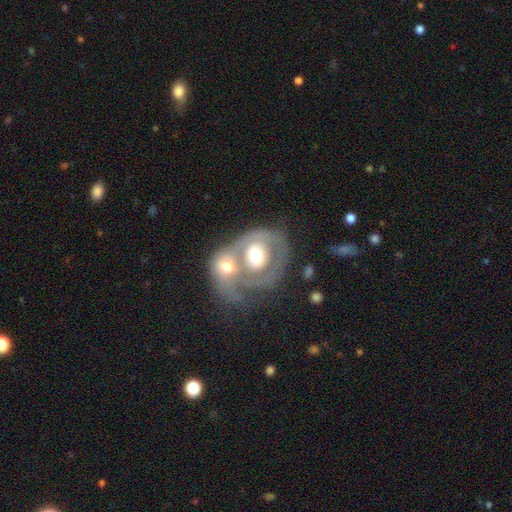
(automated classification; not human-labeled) smooth-or-featured: featured or disk: 63% | smooth: 31% | star or artifact: 6%
  disk-edge-on: no: 96% | yes: 4%
    bar: no: 82% | weak: 14% | strong: 4%
    has-spiral-arms: no: 60% | yes: 40%
    bulge-size: moderate: 66% | large: 21% | small: 9% | dominant: 2% | none: 2%
  merging: merger: 63% | none: 18% | major disturbance: 10% | minor disturbance: 9%